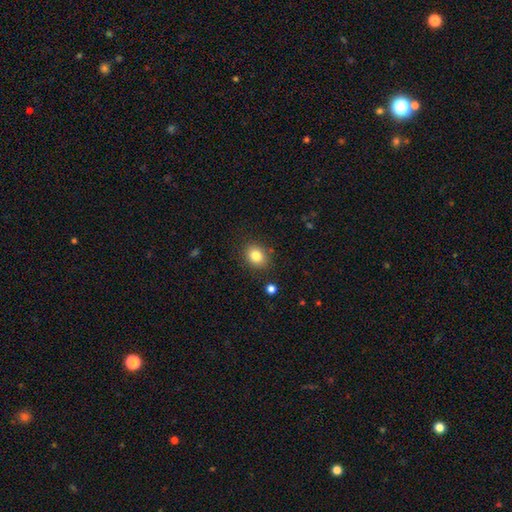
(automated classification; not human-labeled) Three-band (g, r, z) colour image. It shows a smooth galaxy with no disk features (83%) that is round (58%). Merging: none (85%).